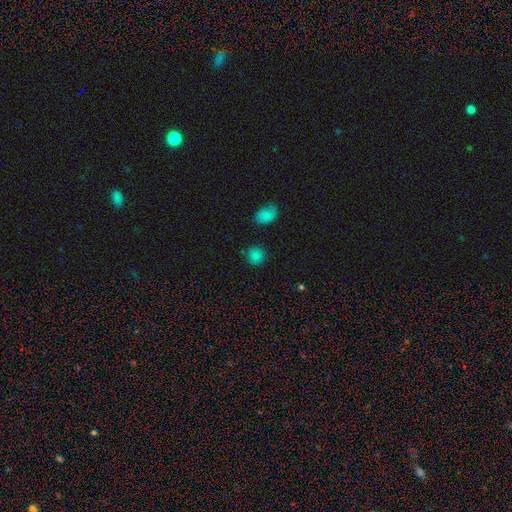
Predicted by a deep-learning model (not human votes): A smooth galaxy with no disk features (81%) that is round (88%).

Vote fractions:
- Smooth or featured? smooth: 81% / star or artifact: 15% / featured or disk: 4%
- How rounded? round: 88% / in between: 11% / cigar-shaped: 1%
- Merging? none: 83% / minor disturbance: 11% / merger: 3% / major disturbance: 3%